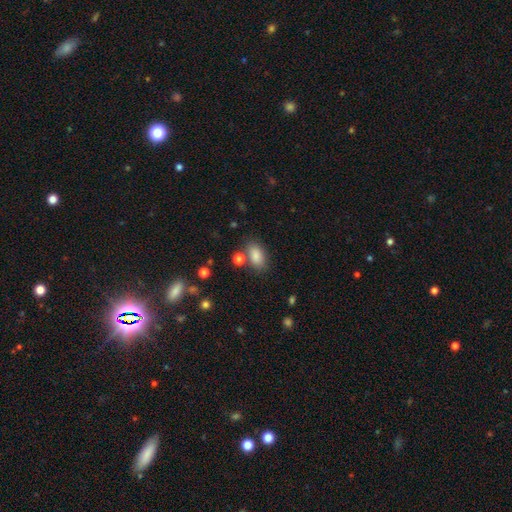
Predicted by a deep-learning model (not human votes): smooth_or_featured: smooth (p=0.85) [alt: star or artifact p=0.09]
how_rounded: in between (p=0.88) [alt: round p=0.08]
merging: none (p=0.73) [alt: minor disturbance p=0.13]